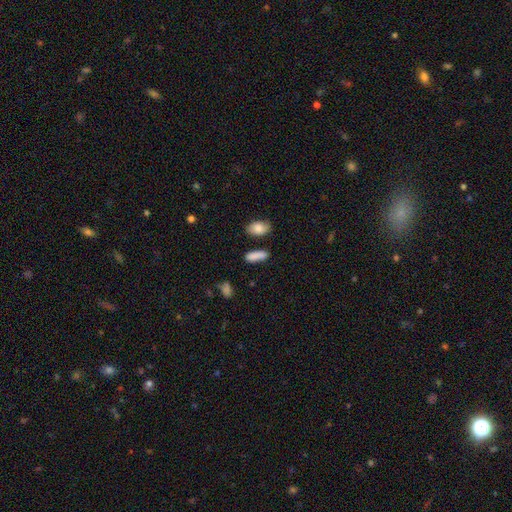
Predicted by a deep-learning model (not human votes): Smooth or featured?
  - smooth: 85% *
  - star or artifact: 8%
  - featured or disk: 7%
How rounded?
  - in between: 59% *
  - cigar-shaped: 37%
  - round: 4%
Merging?
  - none: 76% *
  - minor disturbance: 14%
  - merger: 6%
  - major disturbance: 4%